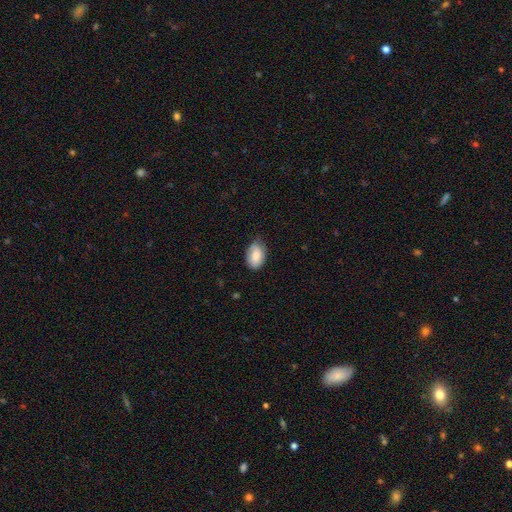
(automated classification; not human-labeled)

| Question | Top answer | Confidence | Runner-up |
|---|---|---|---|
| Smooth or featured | smooth | 84% | featured or disk (9%) |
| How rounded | in between | 89% | round (9%) |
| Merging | none | 66% | minor disturbance (28%) |